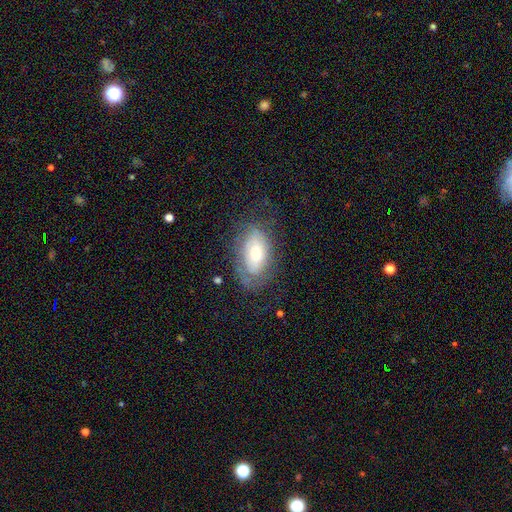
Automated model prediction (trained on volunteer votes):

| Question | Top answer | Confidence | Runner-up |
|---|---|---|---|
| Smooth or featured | featured or disk | 50% | smooth (41%) |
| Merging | none | 67% | minor disturbance (21%) |